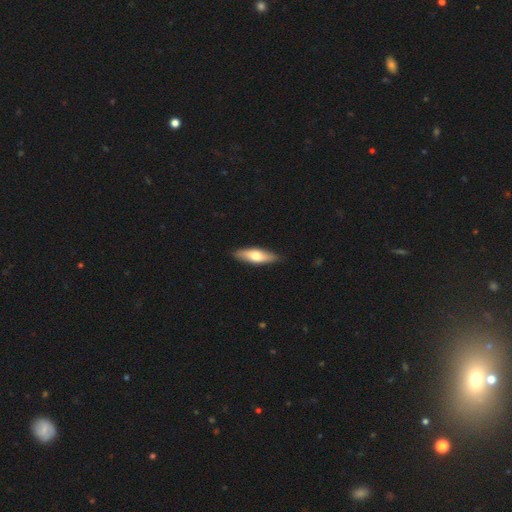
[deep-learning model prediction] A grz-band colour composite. It shows a smooth galaxy with no disk features (61%) that is in between round and cigar-shaped (50%). Merging: none (88%).